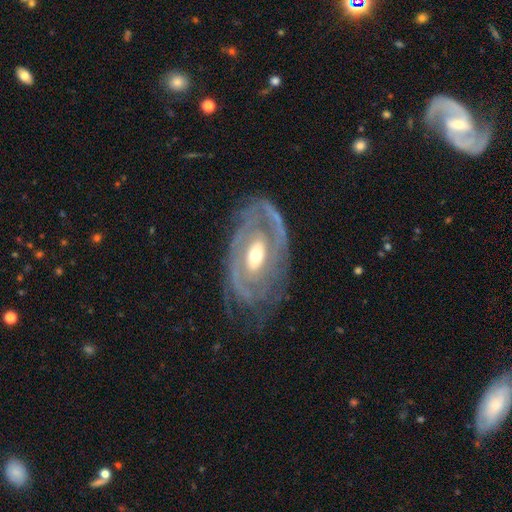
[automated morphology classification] Overall: featured or disk (86%). Edge-on disk: no (95%). Bar: no (57%; weak 29%). Spiral arms: yes (85%). Spiral arm count: 2 (45%; can't tell 28%). Spiral winding: tight (60%; medium 28%). Bulge size: moderate (64%; small 29%). Merging: none (64%).